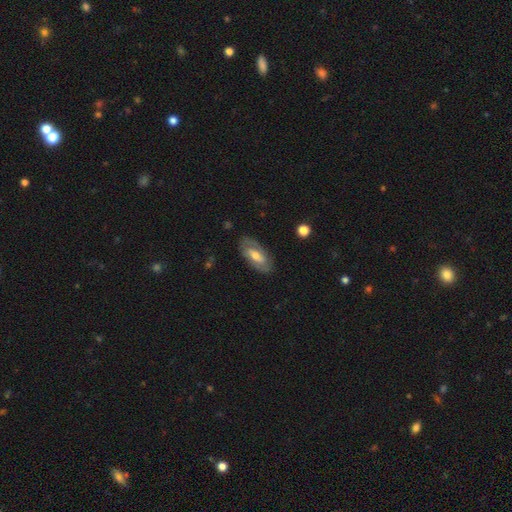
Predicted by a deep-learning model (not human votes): This is possibly a featured or disk galaxy (58%). It is clearly not viewed edge-on (87%). Bar: marginally weak (40%). Spiral arm pattern: possibly yes (55%). Central bulge: likely moderate (62%). Merging: clearly none (82%).